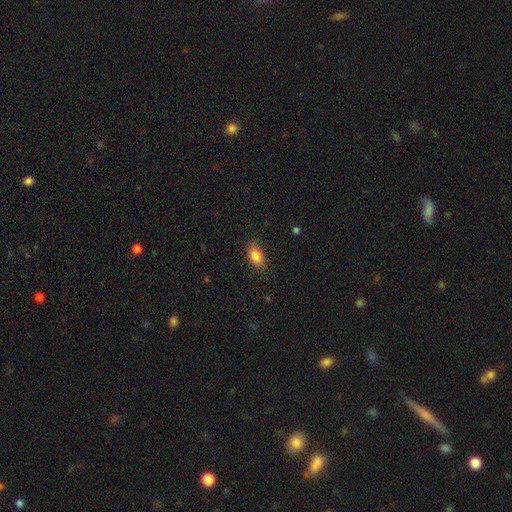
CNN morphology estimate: type=smooth (84%); roundness=in between (87%); merging=none (81%).